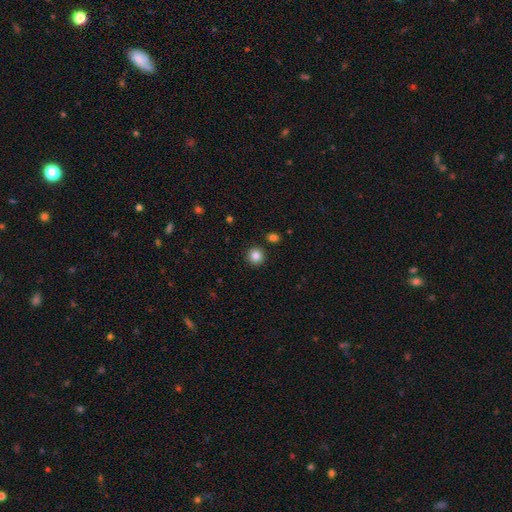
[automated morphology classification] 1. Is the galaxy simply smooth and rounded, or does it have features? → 85% smooth, 10% star or artifact, 4% featured or disk.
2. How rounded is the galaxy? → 94% round, 5% in between, 1% cigar-shaped.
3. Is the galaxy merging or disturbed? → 91% none, 5% minor disturbance, 2% merger, 2% major disturbance.